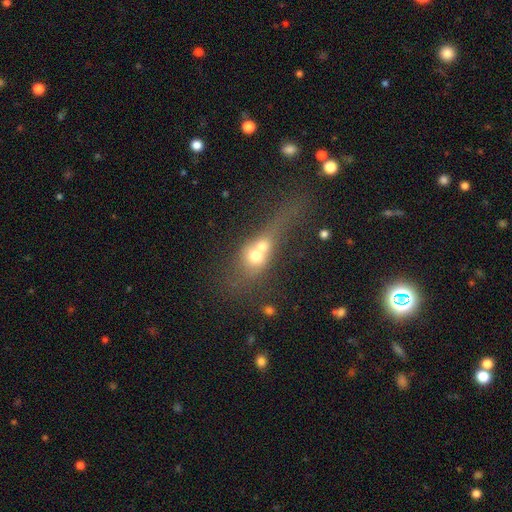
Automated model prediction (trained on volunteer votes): This is possibly a smooth galaxy (57%). How rounded: possibly round (52%). Merging: likely merger (74%).